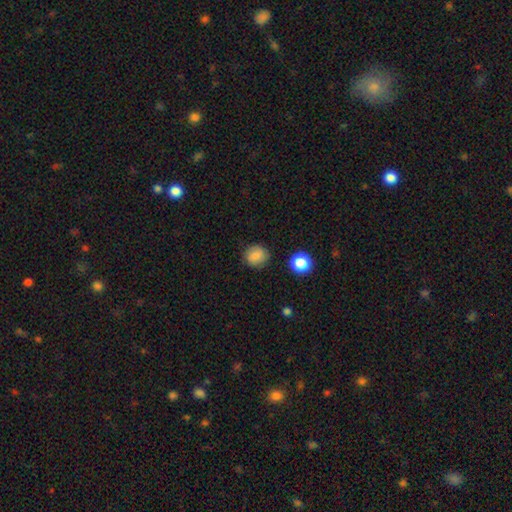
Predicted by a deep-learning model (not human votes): This is clearly a smooth galaxy (83%). How rounded: clearly round (80%). Merging: clearly none (84%).